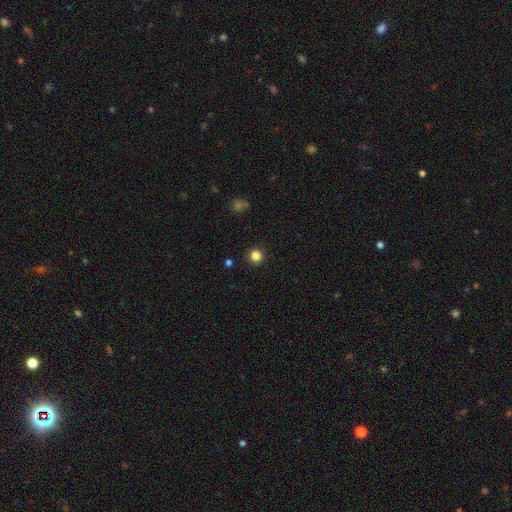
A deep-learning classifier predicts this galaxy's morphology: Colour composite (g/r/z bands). It shows a smooth galaxy with no disk features (83%) that is round (95%). Merging: none (92%).